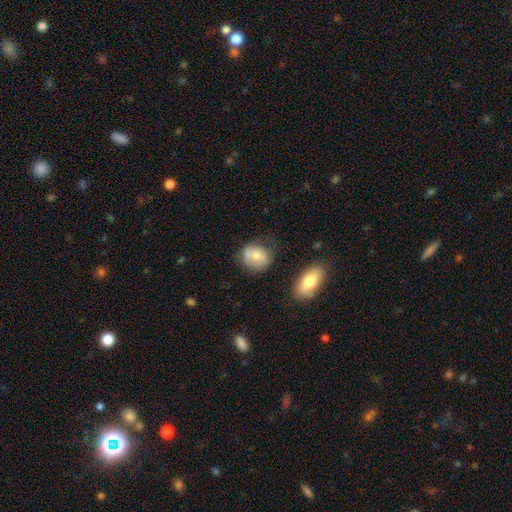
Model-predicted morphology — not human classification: A smooth galaxy with no disk features (68%) that is round (61%).

Vote fractions:
- Smooth or featured? smooth: 68% / featured or disk: 25% / star or artifact: 7%
- How rounded? round: 61% / in between: 38% / cigar-shaped: 1%
- Merging? none: 59% / minor disturbance: 26% / major disturbance: 8% / merger: 7%